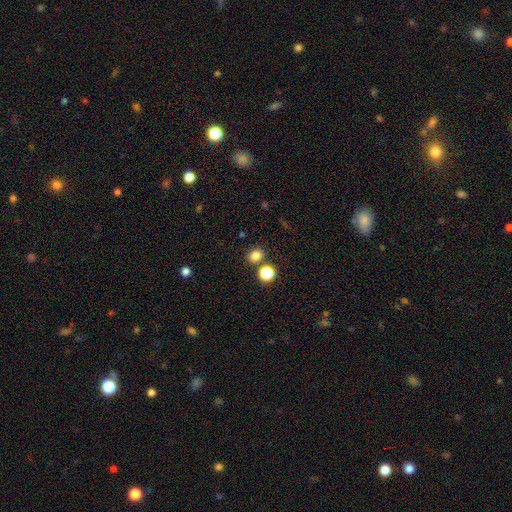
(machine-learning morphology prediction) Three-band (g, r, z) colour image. It shows a smooth galaxy with no disk features (80%) that is round (64%). Merging: none (78%).